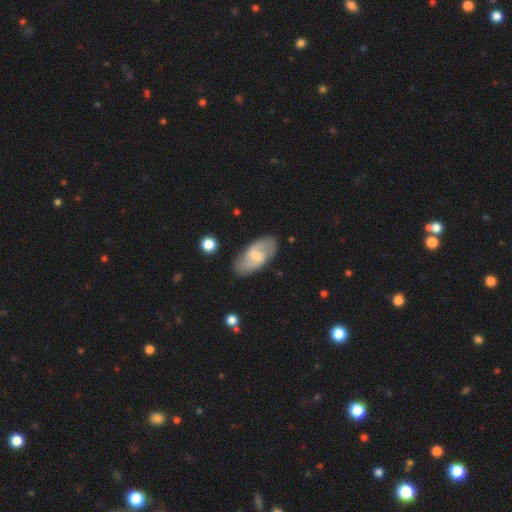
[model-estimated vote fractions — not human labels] Smooth or featured? featured or disk (63%)
Edge-on disk? no (93%)
Bar? weak (58%)
Spiral arms? yes (82%)
Bulge size? small (49%)
Merging? none (81%)